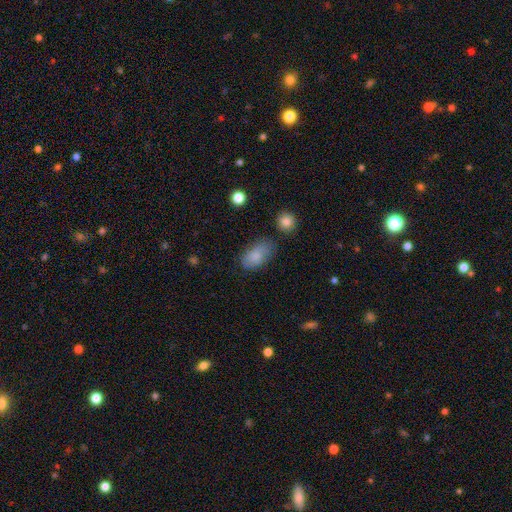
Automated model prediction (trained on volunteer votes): A smooth galaxy with no disk features (83%) that is in between round and cigar-shaped (92%).

Vote fractions:
- Smooth or featured? smooth: 83% / featured or disk: 9% / star or artifact: 8%
- How rounded? in between: 92% / round: 6% / cigar-shaped: 2%
- Merging? none: 65% / minor disturbance: 23% / major disturbance: 7% / merger: 5%